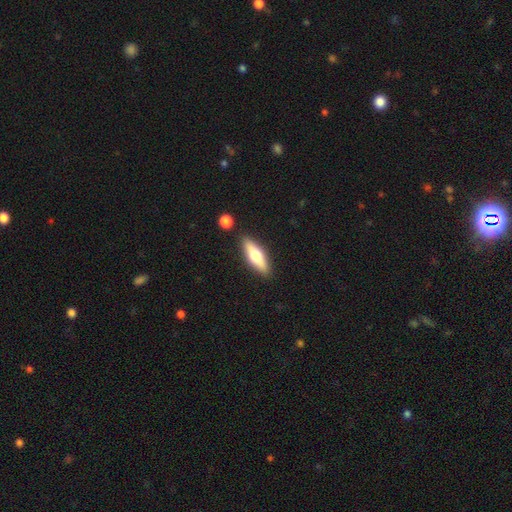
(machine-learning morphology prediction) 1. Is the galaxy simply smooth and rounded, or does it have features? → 53% smooth, 41% featured or disk, 6% star or artifact.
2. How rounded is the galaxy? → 54% cigar-shaped, 43% in between, 2% round.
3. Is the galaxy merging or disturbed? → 86% none, 8% minor disturbance, 3% merger, 2% major disturbance.